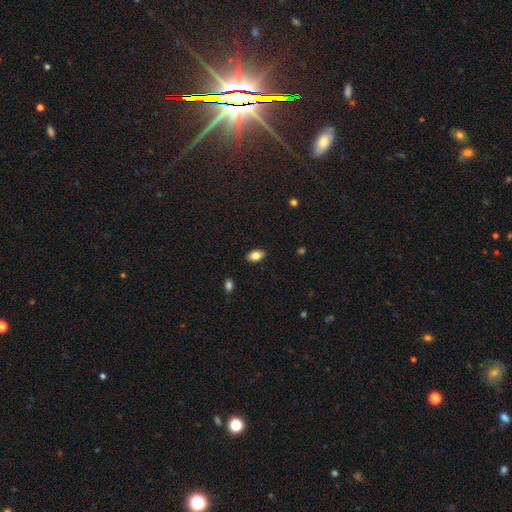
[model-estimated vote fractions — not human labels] Overall: smooth (83%). How rounded: in between (89%). Merging: none (89%).